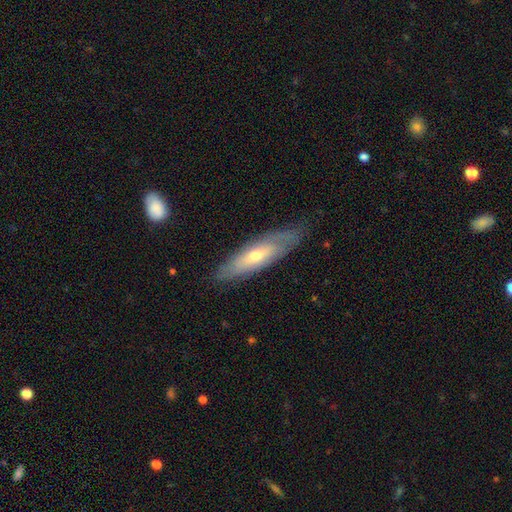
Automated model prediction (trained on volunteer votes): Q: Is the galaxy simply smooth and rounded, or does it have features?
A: featured or disk — 55%.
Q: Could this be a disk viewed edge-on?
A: no — 54%.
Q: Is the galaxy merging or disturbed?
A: none — 76%.